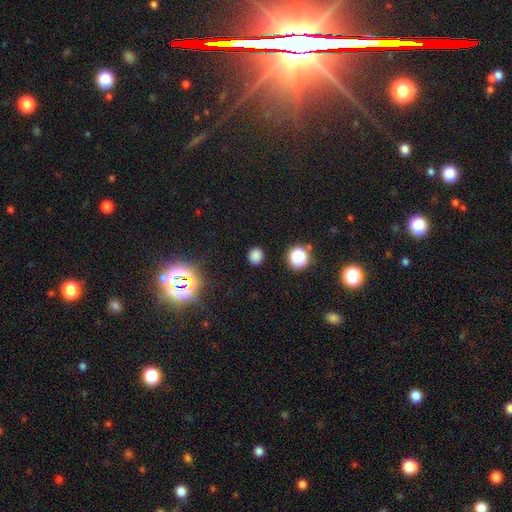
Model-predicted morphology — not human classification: smooth-or-featured: smooth: 78% | star or artifact: 18% | featured or disk: 4%
  how-rounded: round: 89% | in between: 10% | cigar-shaped: 1%
  merging: none: 90% | minor disturbance: 6% | major disturbance: 2% | merger: 1%